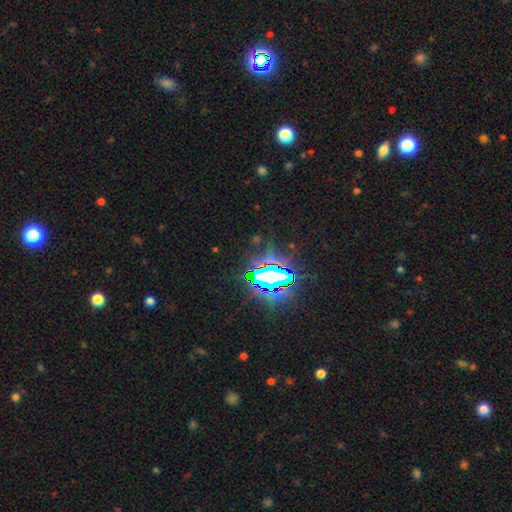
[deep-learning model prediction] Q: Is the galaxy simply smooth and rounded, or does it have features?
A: star or artifact — 84%.